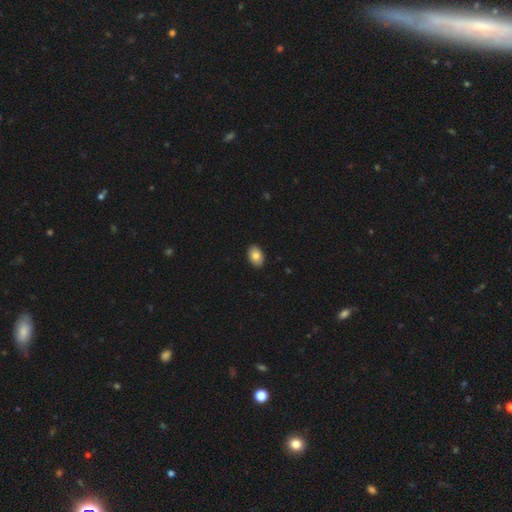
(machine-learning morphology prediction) This appears to be a smooth galaxy with no disk features (84%) that is in between round and cigar-shaped (89%). Merging: none (91%).